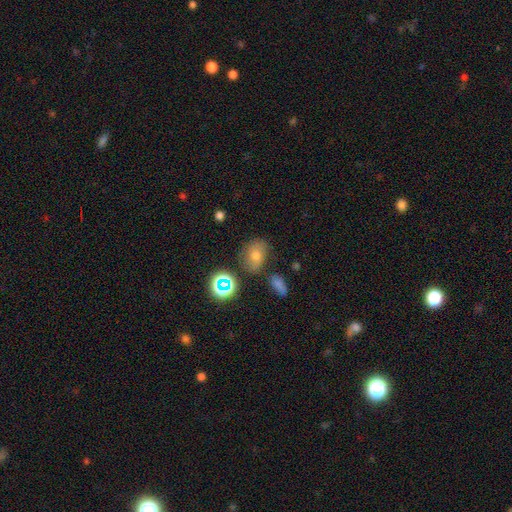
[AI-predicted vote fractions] Smooth or featured? Predicted: smooth (p=0.61). How rounded? Predicted: in between (p=0.55). Merging? Predicted: none (p=0.67).